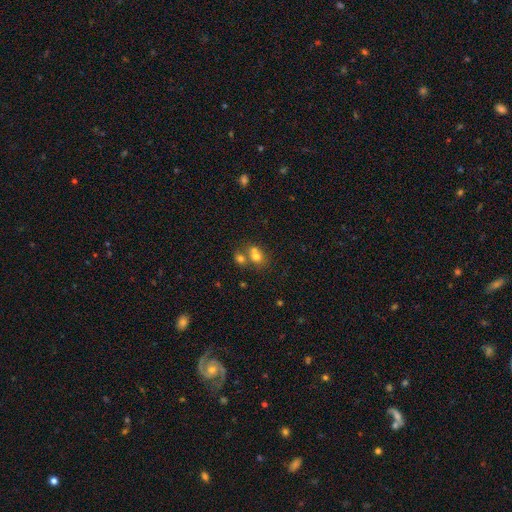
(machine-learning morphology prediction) A smooth galaxy with no disk features (70%) that is round (57%). Merging: merger (58%).